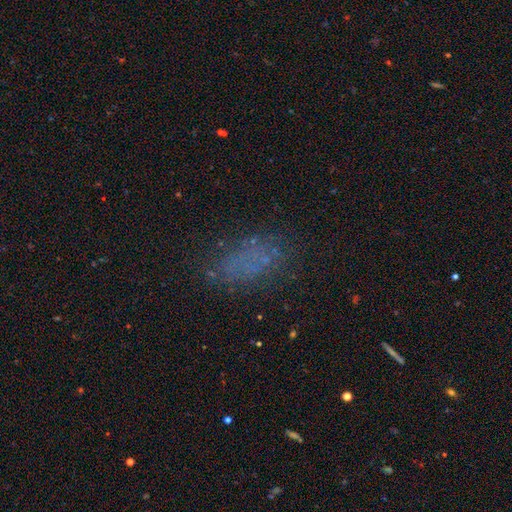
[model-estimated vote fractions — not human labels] Smooth or featured? Predicted: smooth (p=0.54). How rounded? Predicted: in between (p=0.86). Merging? Predicted: none (p=0.66).